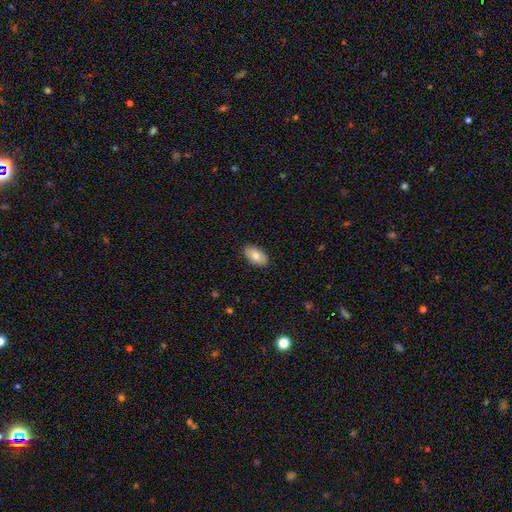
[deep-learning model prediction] This appears to be a smooth galaxy with no disk features (78%) that is in between round and cigar-shaped (94%). Merging: none (89%).